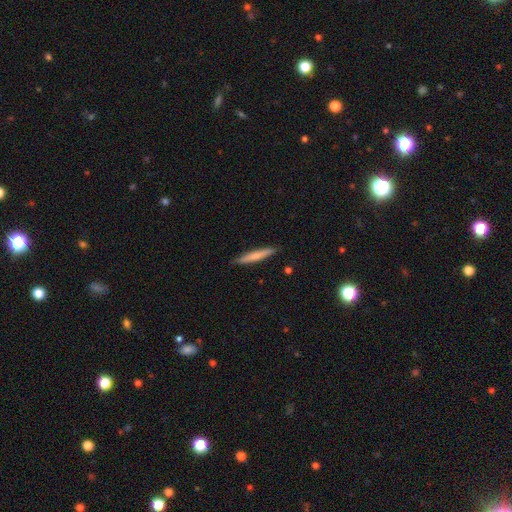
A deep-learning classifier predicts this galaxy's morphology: Smooth or featured? smooth (68%)
How rounded? cigar-shaped (95%)
Merging? none (89%)